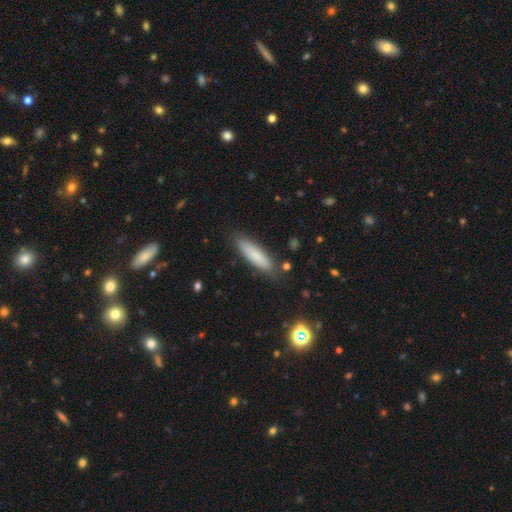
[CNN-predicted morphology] A smooth galaxy with no disk features (81%) that is cigar-shaped (72%).

Vote fractions:
- Smooth or featured? smooth: 81% / featured or disk: 12% / star or artifact: 7%
- How rounded? cigar-shaped: 72% / in between: 27% / round: 1%
- Merging? none: 83% / minor disturbance: 12% / major disturbance: 3% / merger: 2%